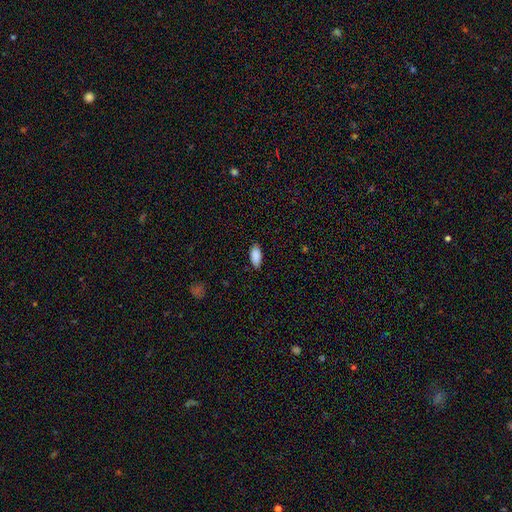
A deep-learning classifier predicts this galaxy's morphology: Smooth or featured?
  - smooth: 89% *
  - star or artifact: 7%
  - featured or disk: 4%
How rounded?
  - in between: 91% *
  - cigar-shaped: 7%
  - round: 2%
Merging?
  - none: 85% *
  - minor disturbance: 12%
  - major disturbance: 2%
  - merger: 1%